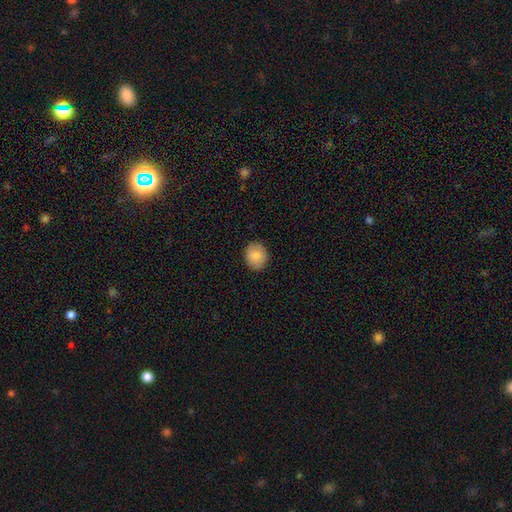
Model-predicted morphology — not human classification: type=smooth (86%); roundness=round (67%); merging=none (89%).